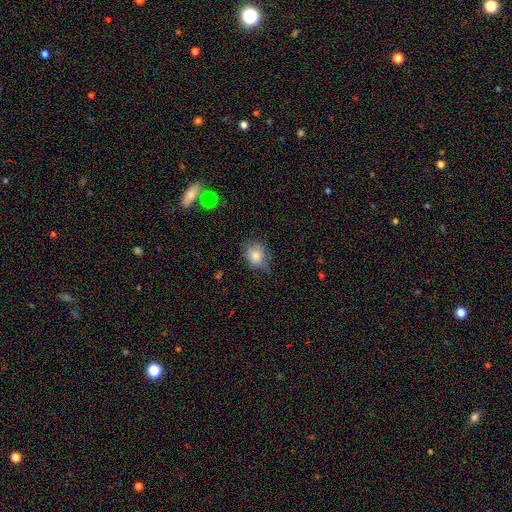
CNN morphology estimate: Smooth or featured: smooth — 80% (star or artifact — 10%)
How rounded: round — 59% (in between — 40%)
Merging: none — 64% (minor disturbance — 27%)